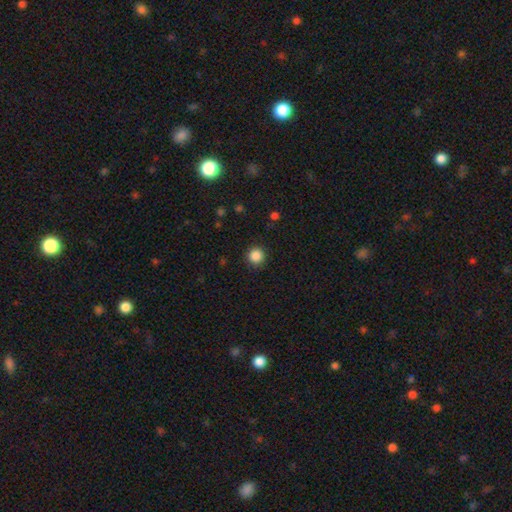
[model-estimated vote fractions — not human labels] This is clearly a smooth galaxy (87%). How rounded: clearly round (95%). Merging: clearly none (91%).